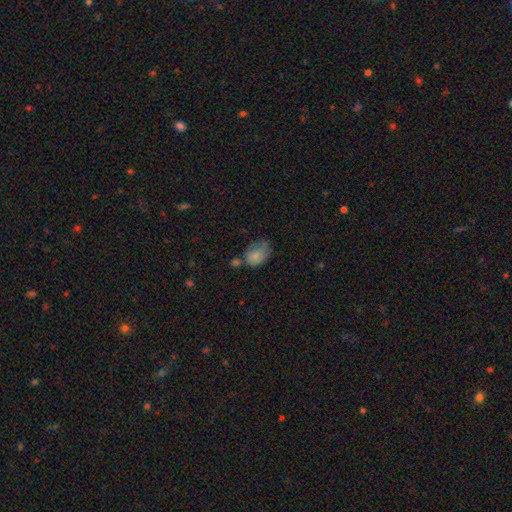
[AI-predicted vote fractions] smooth_or_featured: smooth (p=0.78) [alt: featured or disk p=0.13]
how_rounded: in between (p=0.73) [alt: round p=0.26]
merging: none (p=0.33) [alt: minor disturbance p=0.32]